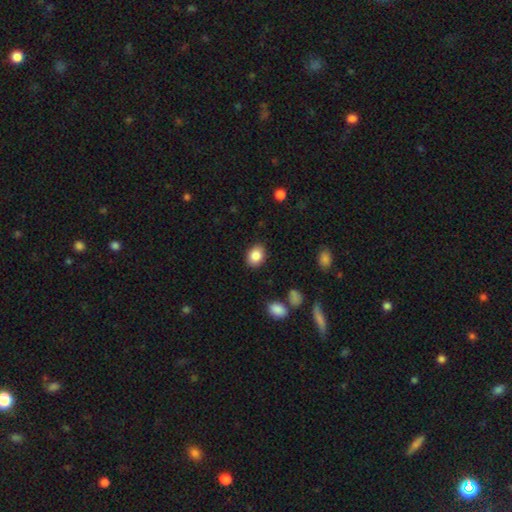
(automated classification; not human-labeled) Q: Smooth or featured?
A: smooth (86%); runner-up: star or artifact (8%)
Q: How rounded?
A: in between (66%); runner-up: round (33%)
Q: Merging?
A: none (87%); runner-up: minor disturbance (9%)